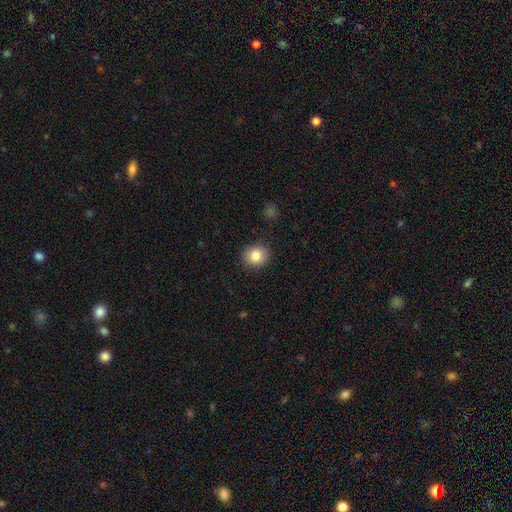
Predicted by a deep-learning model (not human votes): A smooth galaxy with no disk features (84%) that is round (78%).

Vote fractions:
- Smooth or featured? smooth: 84% / star or artifact: 9% / featured or disk: 7%
- How rounded? round: 78% / in between: 21% / cigar-shaped: 1%
- Merging? none: 89% / minor disturbance: 8% / major disturbance: 2% / merger: 1%